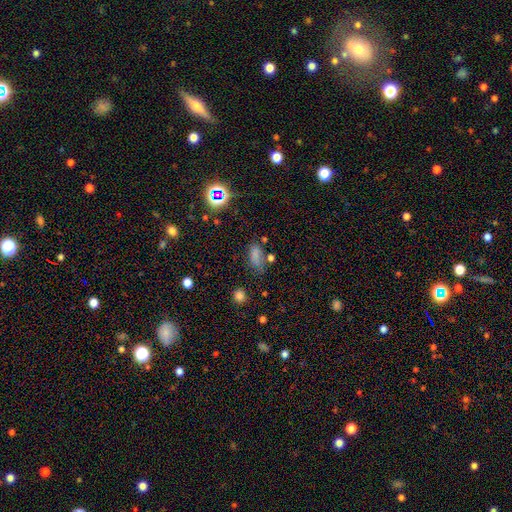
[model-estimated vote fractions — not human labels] Smooth or featured?
  - smooth: 68% *
  - star or artifact: 22%
  - featured or disk: 10%
How rounded?
  - in between: 84% *
  - cigar-shaped: 9%
  - round: 7%
Merging?
  - none: 52% *
  - minor disturbance: 25%
  - major disturbance: 13%
  - merger: 10%